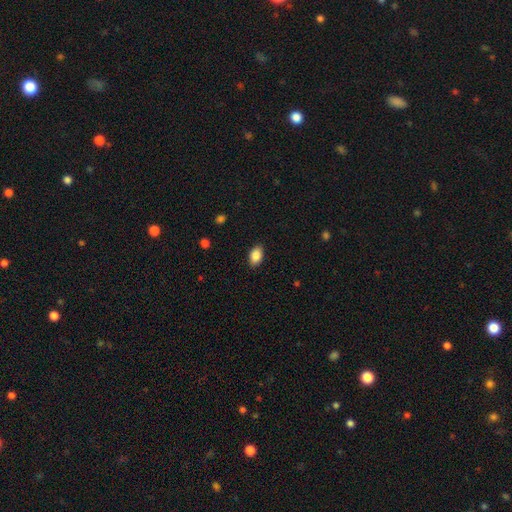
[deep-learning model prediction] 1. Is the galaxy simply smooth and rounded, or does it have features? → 88% smooth, 7% star or artifact, 4% featured or disk.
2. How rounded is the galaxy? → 91% in between, 8% round, 1% cigar-shaped.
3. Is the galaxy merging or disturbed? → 88% none, 9% minor disturbance, 2% major disturbance, 1% merger.